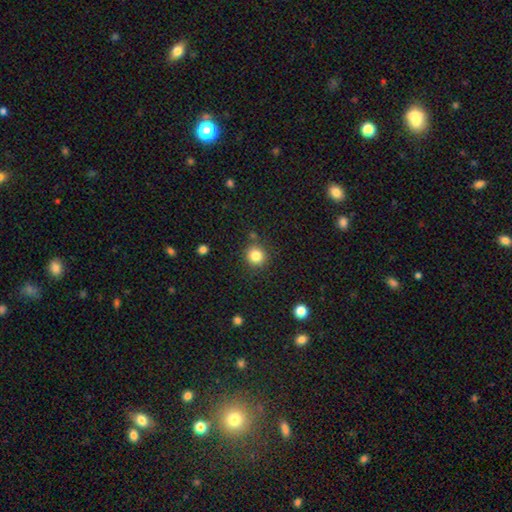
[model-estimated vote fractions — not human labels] smooth-or-featured: smooth: 83% | star or artifact: 12% | featured or disk: 5%
  how-rounded: round: 92% | in between: 7% | cigar-shaped: 1%
  merging: none: 86% | minor disturbance: 8% | merger: 4% | major disturbance: 3%